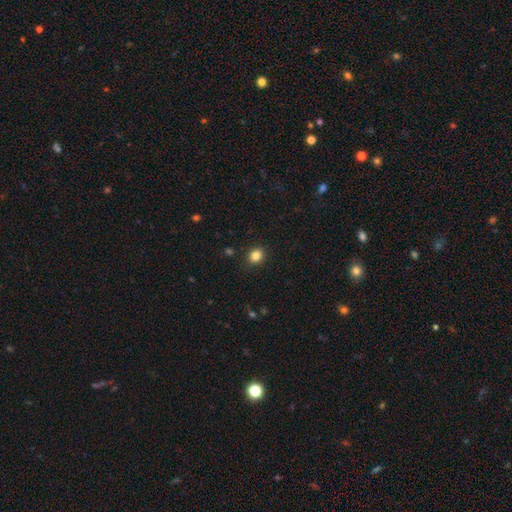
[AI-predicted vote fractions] Morphology: type=smooth (84%); roundness=round (70%); merging=none (90%).